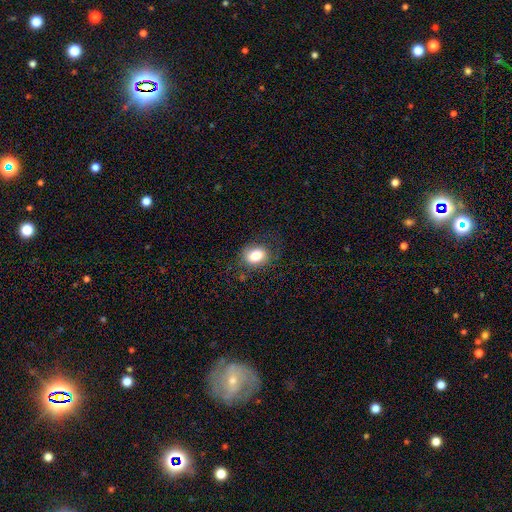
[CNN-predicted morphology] This is clearly a smooth galaxy (83%). How rounded: likely in between (70%). Merging: likely none (69%).